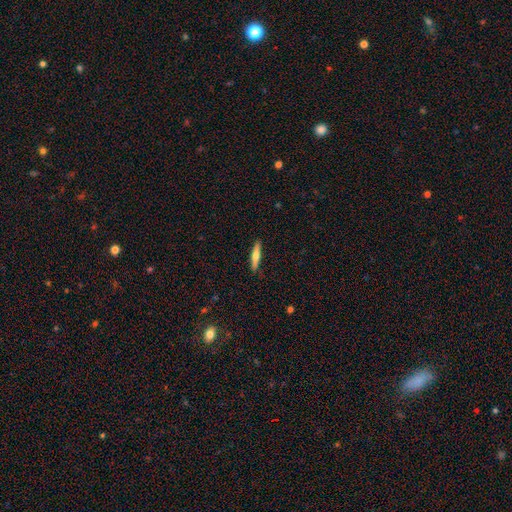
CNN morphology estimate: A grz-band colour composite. It shows a smooth galaxy with no disk features (52%) that is cigar-shaped (88%). Merging: none (89%).